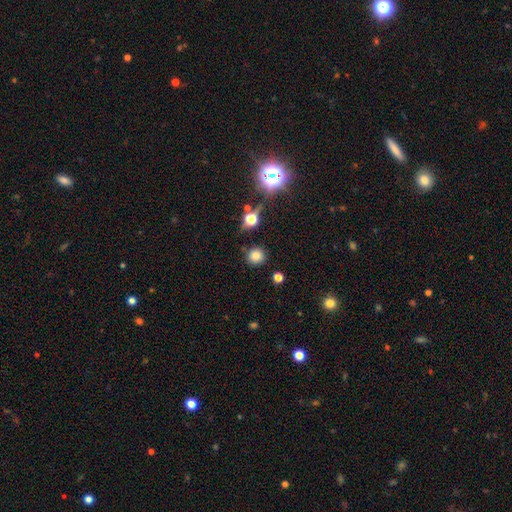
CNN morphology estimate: smooth_or_featured: smooth (p=0.78) [alt: star or artifact p=0.16]
how_rounded: round (p=0.92) [alt: in between p=0.07]
merging: none (p=0.84) [alt: minor disturbance p=0.09]